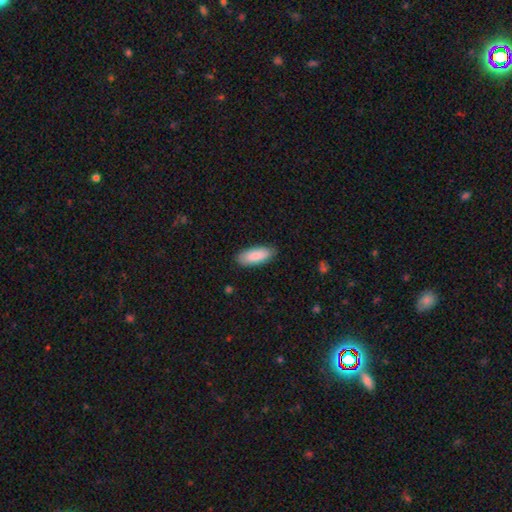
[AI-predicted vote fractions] A smooth galaxy with no disk features (88%) that is in between round and cigar-shaped (81%). Merging: none (86%).